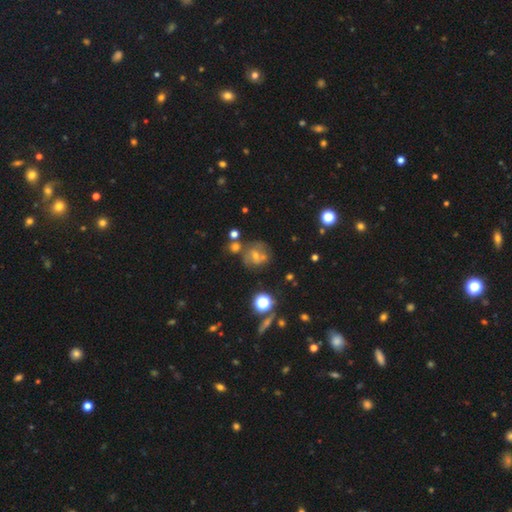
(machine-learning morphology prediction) A featured or disk galaxy (41%). Merging: none (51%).